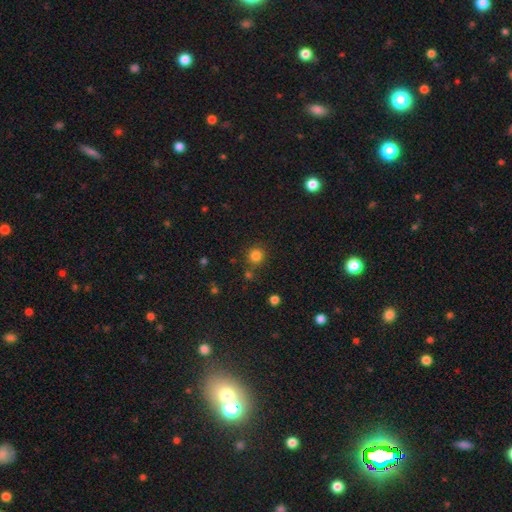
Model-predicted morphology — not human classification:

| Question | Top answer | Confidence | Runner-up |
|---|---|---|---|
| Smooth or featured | smooth | 82% | star or artifact (14%) |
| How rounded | round | 92% | in between (7%) |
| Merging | none | 81% | minor disturbance (8%) |